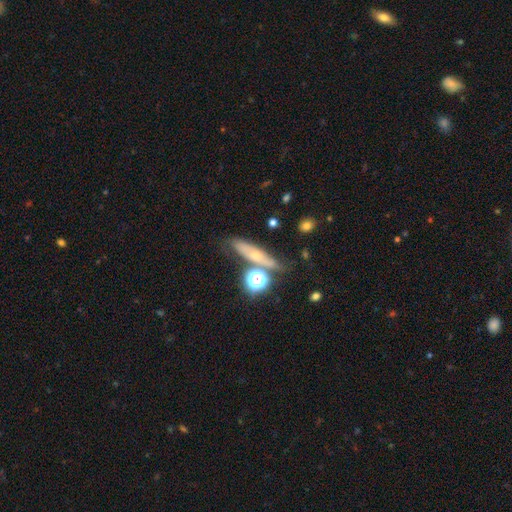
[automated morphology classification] Smooth or featured: featured or disk — 42% (smooth — 36%)
Merging: none — 67% (minor disturbance — 16%)